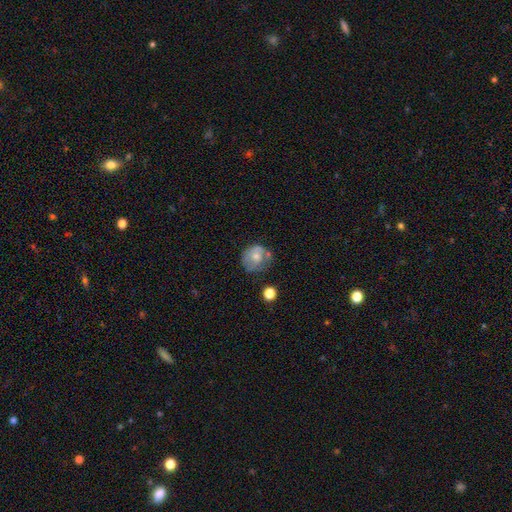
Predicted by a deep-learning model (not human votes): A smooth galaxy with no disk features (62%) that is round (77%).

Vote fractions:
- Smooth or featured? smooth: 62% / featured or disk: 29% / star or artifact: 9%
- How rounded? round: 77% / in between: 22% / cigar-shaped: 1%
- Merging? none: 49% / minor disturbance: 29% / major disturbance: 13% / merger: 10%